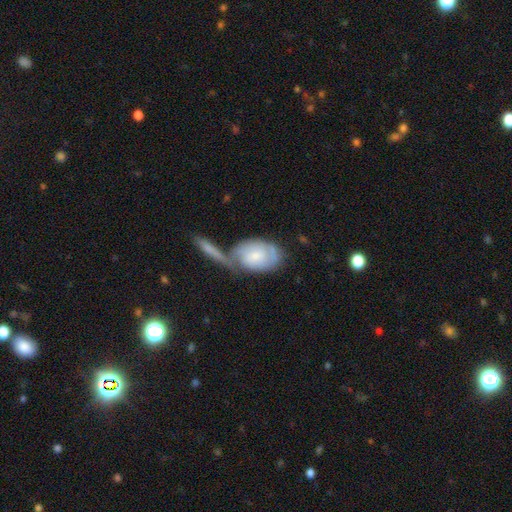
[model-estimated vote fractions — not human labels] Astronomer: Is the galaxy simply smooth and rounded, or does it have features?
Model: smooth — 50% (runner-up: featured or disk, 44%).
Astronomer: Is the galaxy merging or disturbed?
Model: merger — 41% (runner-up: none, 33%).